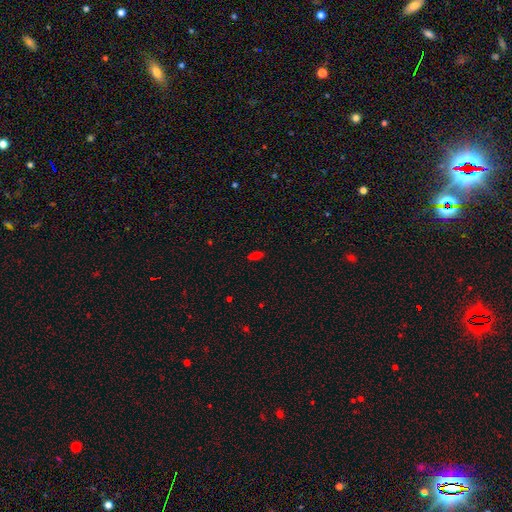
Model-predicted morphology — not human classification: smooth 76%, star or artifact 18%, featured or disk 7%. Down the decision tree: how rounded — in between (78%); merging — none (87%).